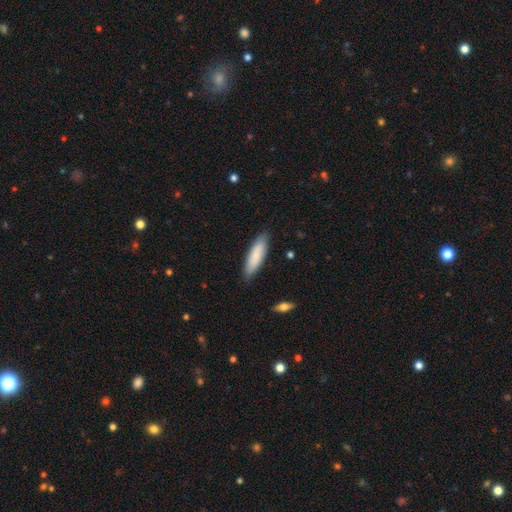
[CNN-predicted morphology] smooth-or-featured: smooth: 83% | featured or disk: 11% | star or artifact: 5%
  how-rounded: cigar-shaped: 62% | in between: 36% | round: 1%
  merging: none: 86% | minor disturbance: 11% | major disturbance: 2% | merger: 1%